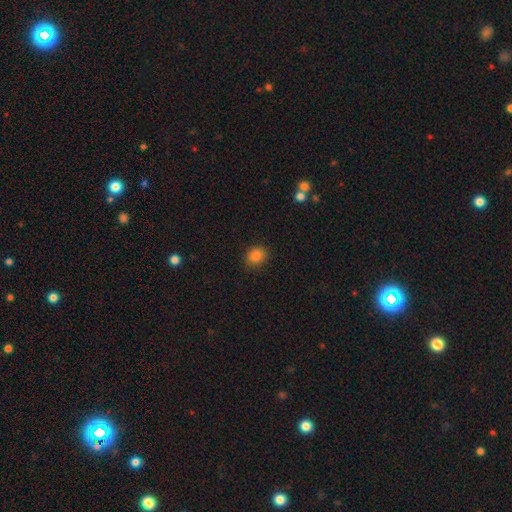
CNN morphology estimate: This is clearly a smooth galaxy (84%). How rounded: likely round (66%). Merging: clearly none (87%).